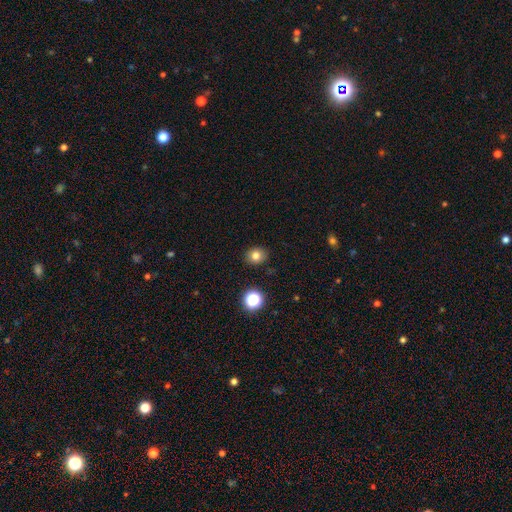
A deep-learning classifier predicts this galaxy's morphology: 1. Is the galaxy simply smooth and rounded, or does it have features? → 79% smooth, 13% star or artifact, 8% featured or disk.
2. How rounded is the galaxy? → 66% round, 34% in between, 1% cigar-shaped.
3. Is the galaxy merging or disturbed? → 89% none, 7% minor disturbance, 2% major disturbance, 2% merger.